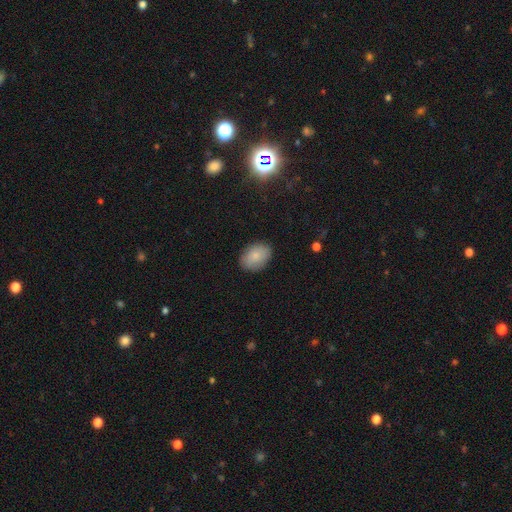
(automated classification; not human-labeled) Morphology: type=smooth (84%); roundness=in between (82%); merging=none (86%).